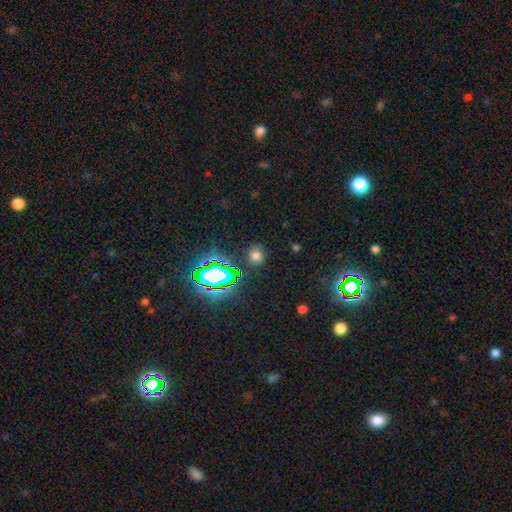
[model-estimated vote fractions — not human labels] A smooth galaxy with no disk features (64%) that is round (77%). Merging: none (83%).